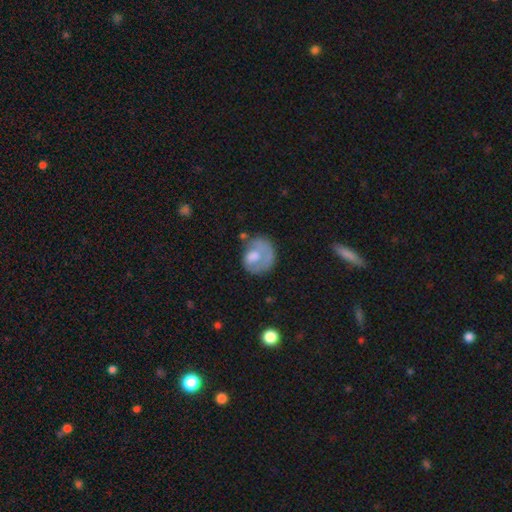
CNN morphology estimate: Q: Smooth or featured?
A: smooth (50%); runner-up: featured or disk (43%)
Q: How rounded?
A: round (64%); runner-up: in between (35%)
Q: Merging?
A: none (44%); runner-up: major disturbance (29%)